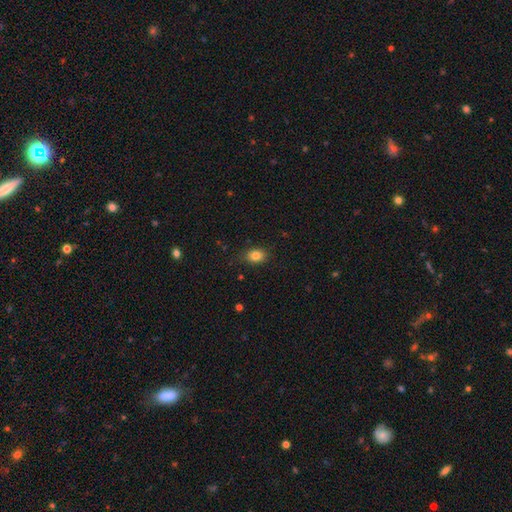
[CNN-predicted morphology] smooth-or-featured: smooth: 83% | star or artifact: 11% | featured or disk: 7%
  how-rounded: in between: 66% | round: 33% | cigar-shaped: 1%
  merging: none: 82% | minor disturbance: 14% | major disturbance: 3% | merger: 1%